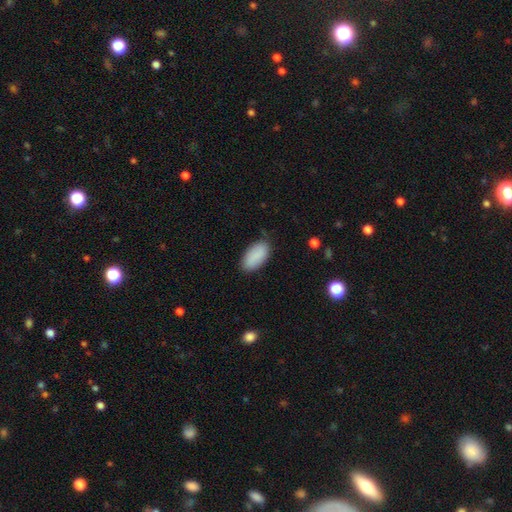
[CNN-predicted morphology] Q: Smooth or featured?
A: smooth (89%); runner-up: star or artifact (6%)
Q: How rounded?
A: in between (94%); runner-up: cigar-shaped (4%)
Q: Merging?
A: none (82%); runner-up: minor disturbance (14%)